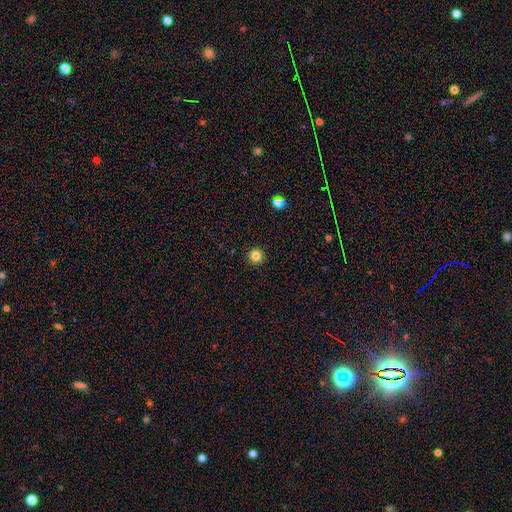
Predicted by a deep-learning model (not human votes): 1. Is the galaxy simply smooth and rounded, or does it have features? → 83% smooth, 12% star or artifact, 5% featured or disk.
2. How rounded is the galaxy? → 96% round, 3% in between, 1% cigar-shaped.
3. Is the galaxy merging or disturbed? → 93% none, 4% minor disturbance, 2% major disturbance, 1% merger.